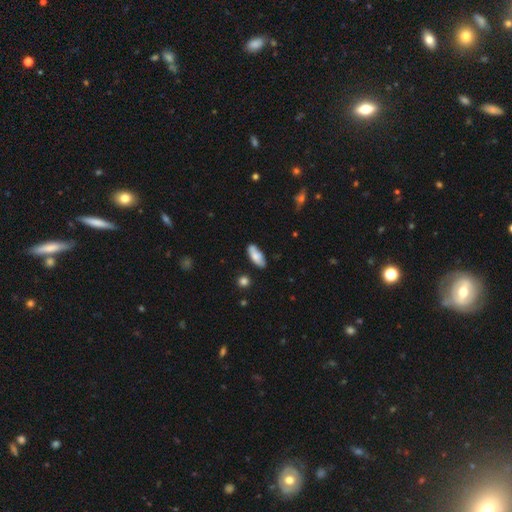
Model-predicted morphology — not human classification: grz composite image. It shows a smooth galaxy with no disk features (75%) that is in between round and cigar-shaped (79%). Merging: none (73%).